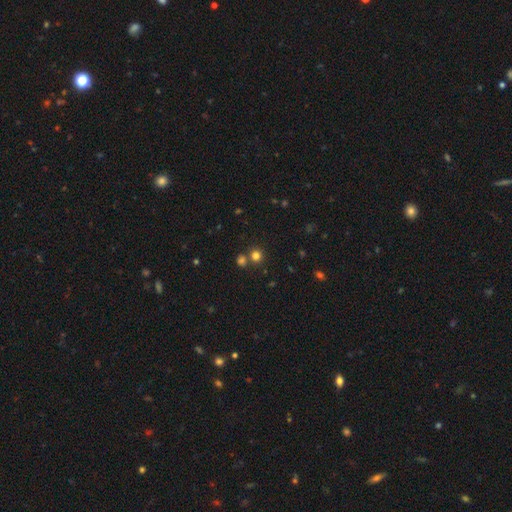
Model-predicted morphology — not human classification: A smooth galaxy with no disk features (76%) that is round (90%). Merging: none (71%).